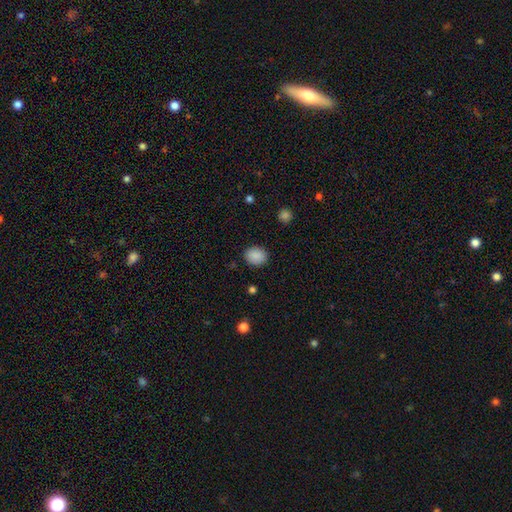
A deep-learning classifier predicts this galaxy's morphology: type=smooth (88%); roundness=round (63%); merging=none (88%).